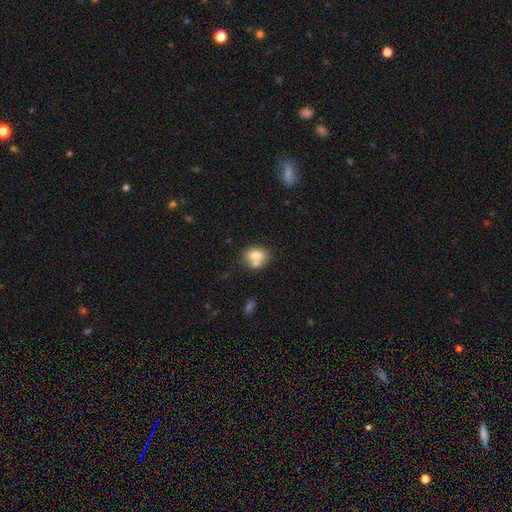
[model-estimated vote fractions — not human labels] A smooth galaxy with no disk features (74%) that is round (59%).

Vote fractions:
- Smooth or featured? smooth: 74% / featured or disk: 17% / star or artifact: 10%
- How rounded? round: 59% / in between: 40% / cigar-shaped: 1%
- Merging? none: 46% / merger: 39% / minor disturbance: 12% / major disturbance: 4%